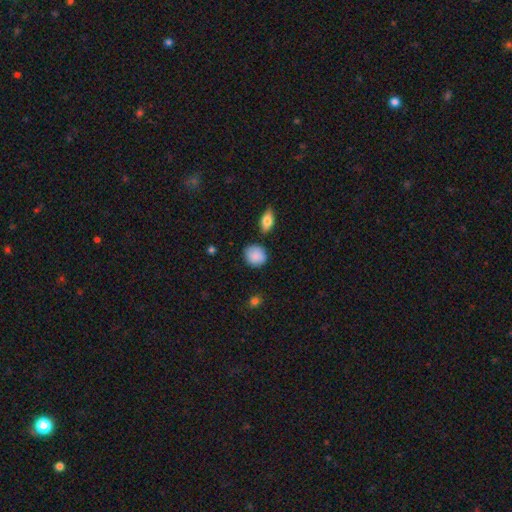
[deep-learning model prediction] Q: Smooth or featured?
A: smooth (87%); runner-up: star or artifact (7%)
Q: How rounded?
A: round (78%); runner-up: in between (21%)
Q: Merging?
A: none (79%); runner-up: minor disturbance (14%)